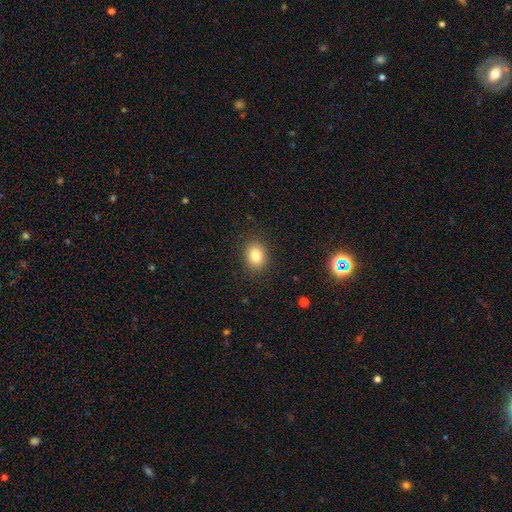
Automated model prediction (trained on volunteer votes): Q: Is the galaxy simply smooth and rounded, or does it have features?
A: smooth — 83%.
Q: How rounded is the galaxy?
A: in between — 55%.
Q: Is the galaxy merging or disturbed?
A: none — 88%.